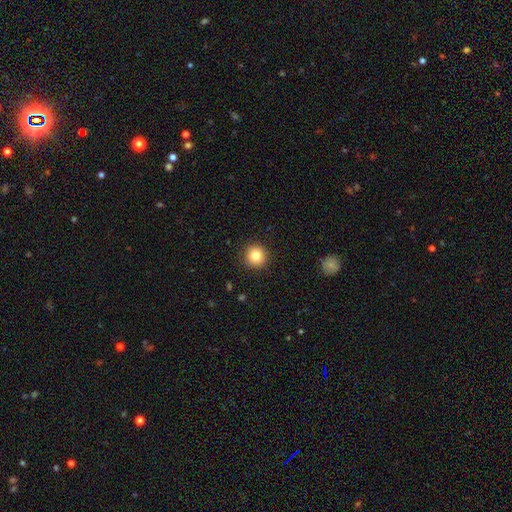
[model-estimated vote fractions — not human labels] This is clearly a smooth galaxy (83%). How rounded: clearly round (95%). Merging: clearly none (92%).